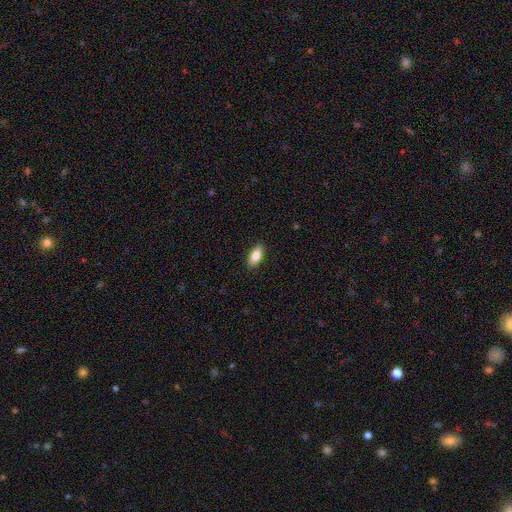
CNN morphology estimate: This appears to be a smooth galaxy with no disk features (83%) that is in between round and cigar-shaped (86%). Merging: none (89%).